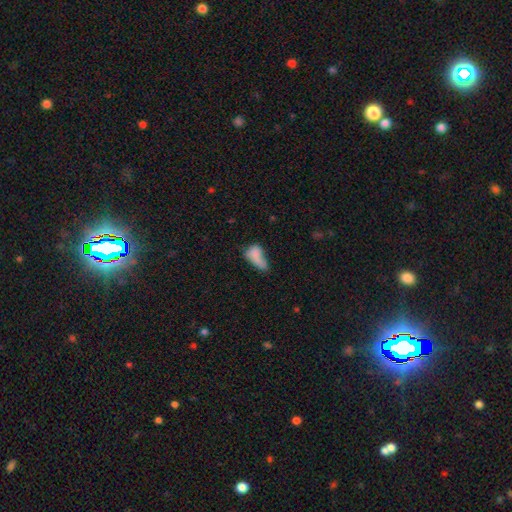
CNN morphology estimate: A smooth galaxy with no disk features (74%) that is in between round and cigar-shaped (84%). Merging: major disturbance (30%).